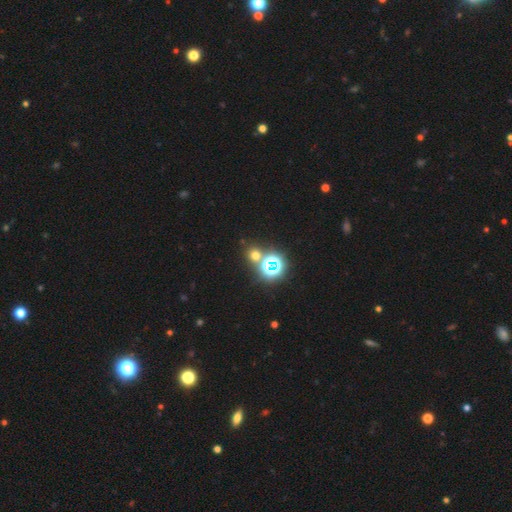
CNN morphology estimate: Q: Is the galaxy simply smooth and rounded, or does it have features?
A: smooth — 48%.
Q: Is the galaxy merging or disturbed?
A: none — 73%.